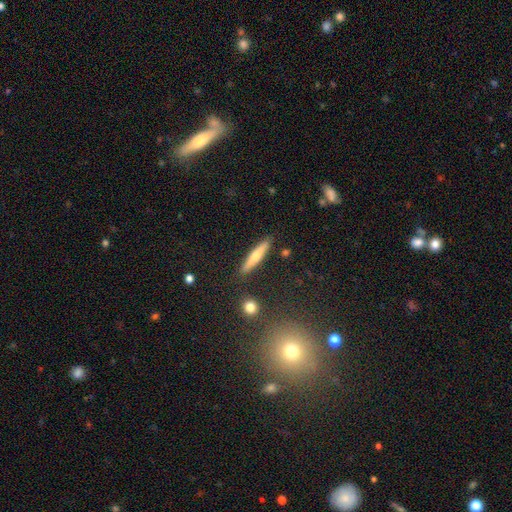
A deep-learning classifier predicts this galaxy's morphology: This is possibly a smooth galaxy (58%). How rounded: clearly cigar-shaped (90%). Merging: clearly none (89%).